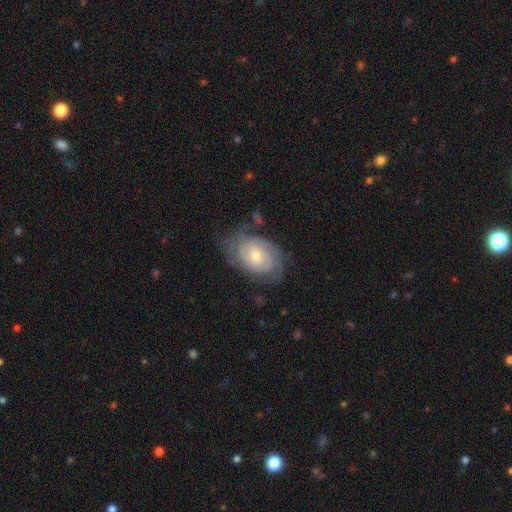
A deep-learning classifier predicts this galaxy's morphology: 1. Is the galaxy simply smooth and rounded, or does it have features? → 71% featured or disk, 22% smooth, 7% star or artifact.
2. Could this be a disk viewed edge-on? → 96% no, 4% yes.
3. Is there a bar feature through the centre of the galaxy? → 72% no, 24% weak, 4% strong.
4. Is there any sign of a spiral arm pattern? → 89% yes, 11% no.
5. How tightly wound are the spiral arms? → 66% tight, 26% medium, 8% loose.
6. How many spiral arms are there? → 40% can't tell, 33% 2, 13% 3, 5% 4, 4% 1, 3% more than 4.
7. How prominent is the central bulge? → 53% small, 41% moderate, 3% large, 2% none, 1% dominant.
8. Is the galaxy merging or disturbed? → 66% none, 22% minor disturbance, 10% major disturbance, 2% merger.